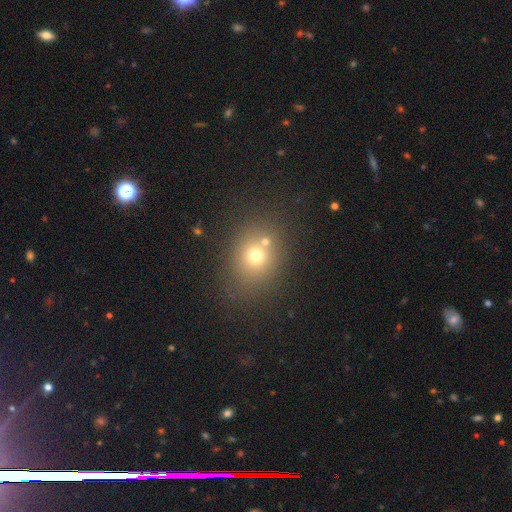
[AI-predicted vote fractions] smooth_or_featured: smooth (p=0.68) [alt: star or artifact p=0.19]
how_rounded: round (p=0.64) [alt: in between p=0.35]
merging: none (p=0.66) [alt: merger p=0.19]